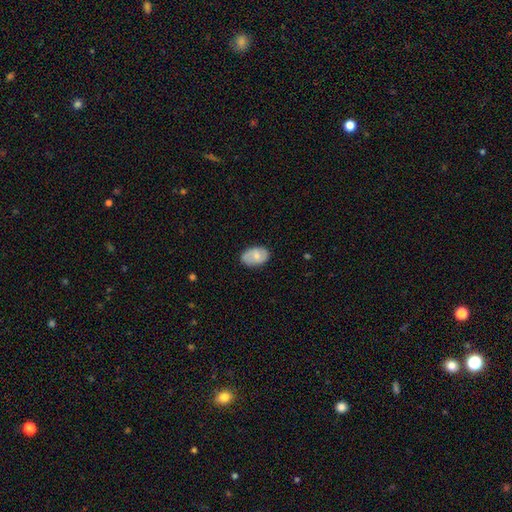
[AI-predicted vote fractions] Overall: smooth (57%; featured or disk 36%). How rounded: in between (87%). Merging: none (79%).